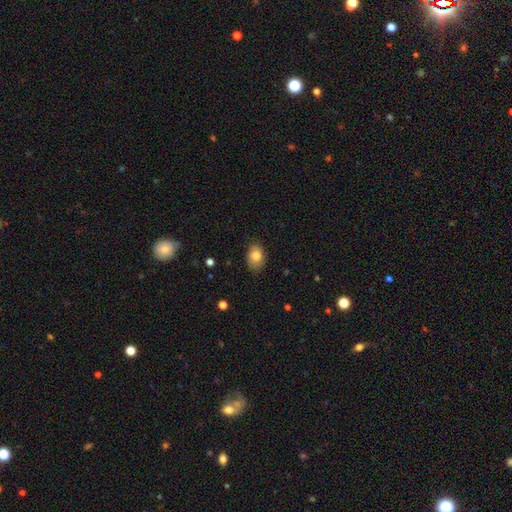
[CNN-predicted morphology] smooth-or-featured: smooth: 81% | featured or disk: 11% | star or artifact: 8%
  how-rounded: in between: 78% | round: 21% | cigar-shaped: 1%
  merging: none: 79% | minor disturbance: 17% | major disturbance: 3% | merger: 1%